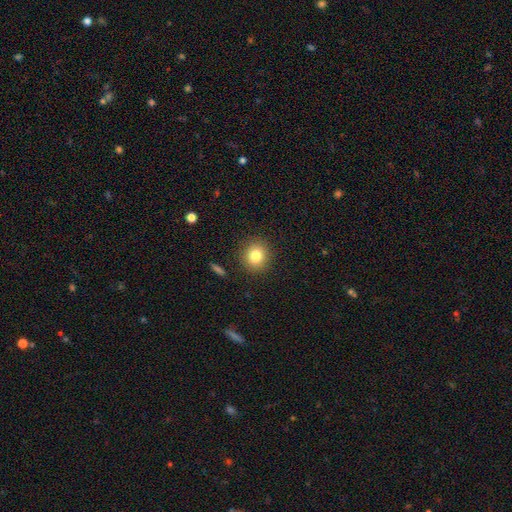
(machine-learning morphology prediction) Overall: smooth (81%). How rounded: round (87%). Merging: none (89%).